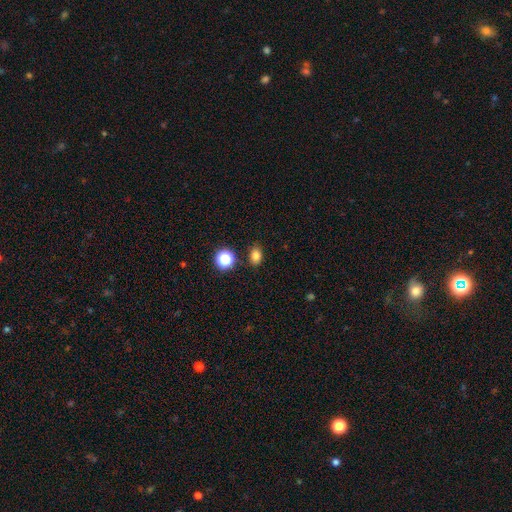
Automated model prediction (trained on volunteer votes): Smooth or featured: smooth — 80% (star or artifact — 14%)
How rounded: in between — 68% (round — 30%)
Merging: none — 85% (minor disturbance — 9%)